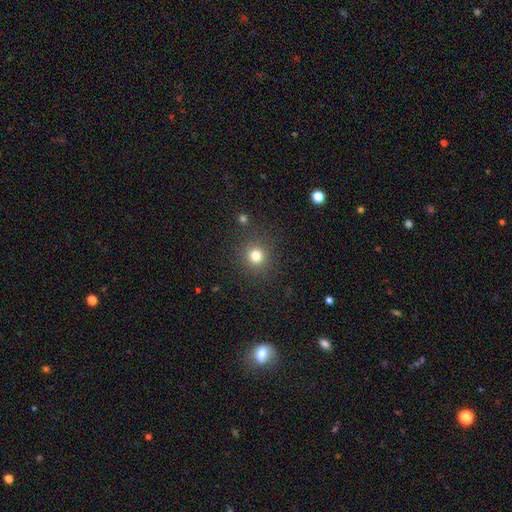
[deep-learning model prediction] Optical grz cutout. It shows a smooth galaxy with no disk features (79%) that is round (92%). Merging: none (88%).